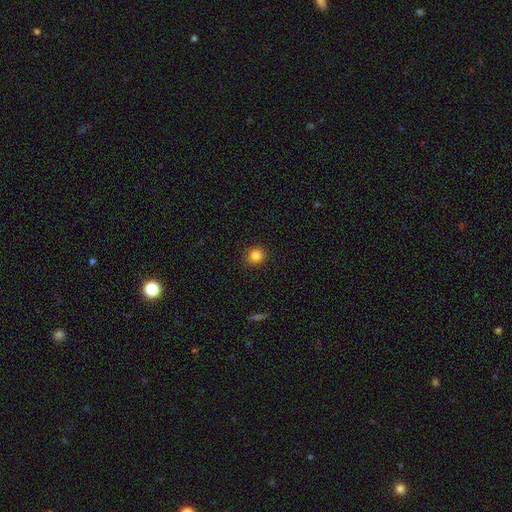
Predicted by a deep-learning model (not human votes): This is clearly a smooth galaxy (85%). How rounded: clearly round (91%). Merging: clearly none (91%).